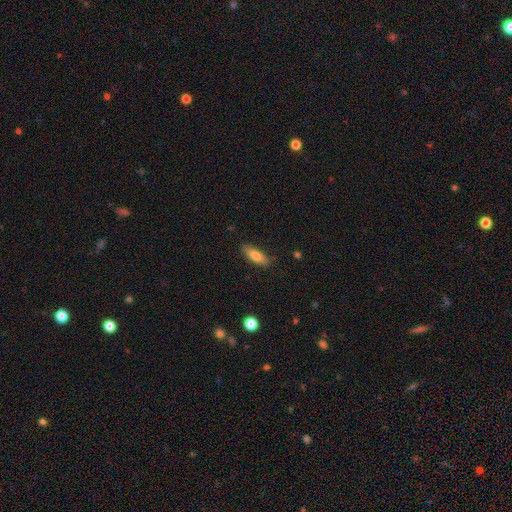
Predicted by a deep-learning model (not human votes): A smooth galaxy with no disk features (74%) that is in between round and cigar-shaped (56%).

Vote fractions:
- Smooth or featured? smooth: 74% / featured or disk: 19% / star or artifact: 7%
- How rounded? in between: 56% / cigar-shaped: 42% / round: 2%
- Merging? none: 85% / minor disturbance: 12% / major disturbance: 2% / merger: 1%